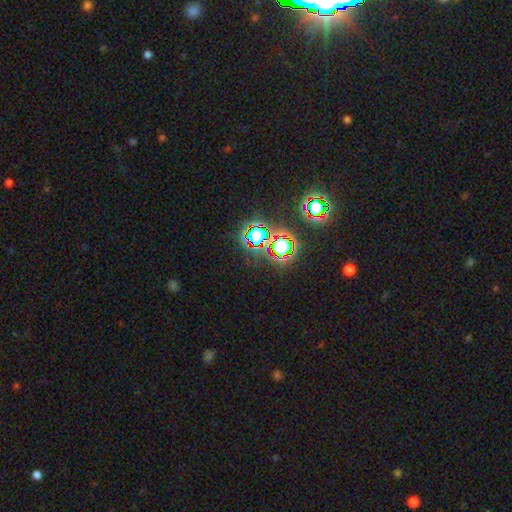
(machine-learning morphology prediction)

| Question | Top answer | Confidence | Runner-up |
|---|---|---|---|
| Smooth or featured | star or artifact | 79% | smooth (13%) |